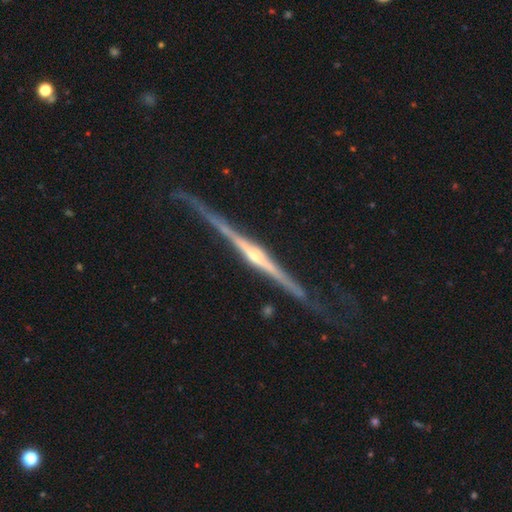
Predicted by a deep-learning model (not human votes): This is clearly a featured or disk galaxy (89%). It is clearly viewed edge-on (98%). Edge-on bulge: clearly rounded (81%). Merging: likely none (72%).